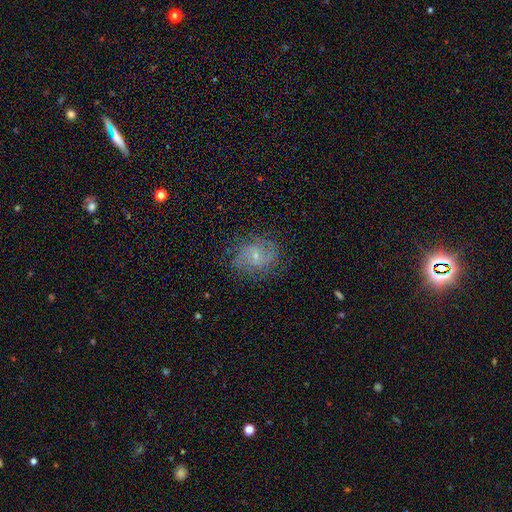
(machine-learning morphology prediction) Smooth or featured: featured or disk — 70% (smooth — 21%)
Edge-on disk: no — 97% (yes — 3%)
Bar: no — 54% (weak — 39%)
Spiral arms: yes — 88% (no — 12%)
Spiral winding: medium — 42% (tight — 37%)
Spiral arm count: 2 — 47% (can't tell — 30%)
Bulge size: small — 71% (moderate — 24%)
Merging: none — 73% (minor disturbance — 17%)